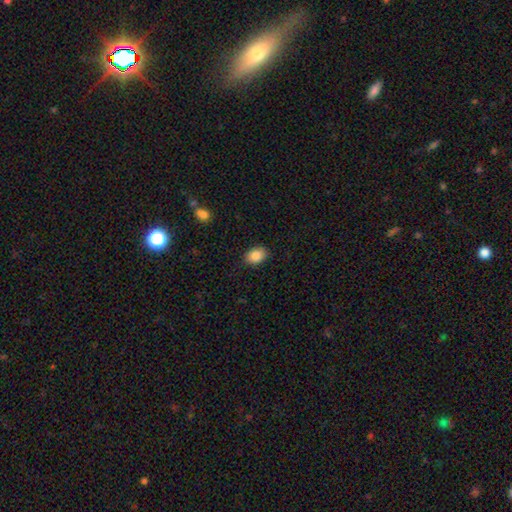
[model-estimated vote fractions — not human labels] Smooth or featured? smooth (86%)
How rounded? in between (76%)
Merging? none (88%)